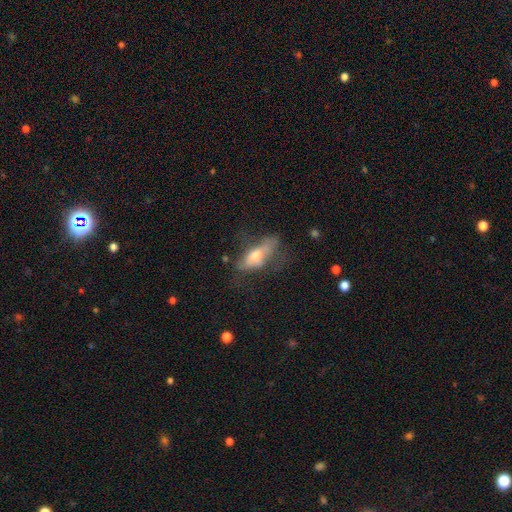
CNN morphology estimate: smooth_or_featured: smooth (p=0.51) [alt: featured or disk p=0.40]
how_rounded: in between (p=0.69) [alt: cigar-shaped p=0.27]
merging: none (p=0.37) [alt: major disturbance p=0.31]